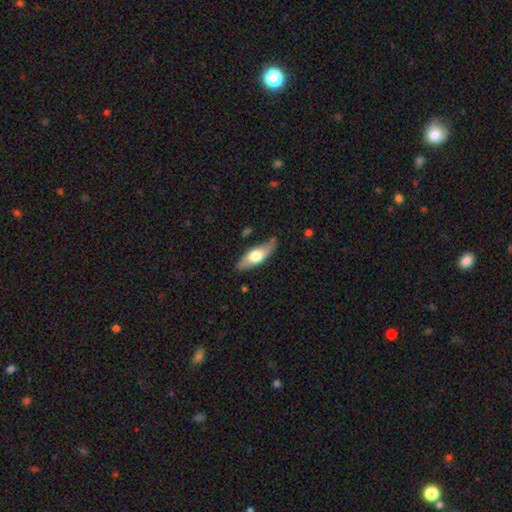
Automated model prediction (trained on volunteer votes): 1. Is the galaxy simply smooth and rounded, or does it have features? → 58% smooth, 36% featured or disk, 5% star or artifact.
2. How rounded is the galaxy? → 65% in between, 33% cigar-shaped, 2% round.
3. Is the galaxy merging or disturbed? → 79% none, 16% minor disturbance, 3% major disturbance, 2% merger.